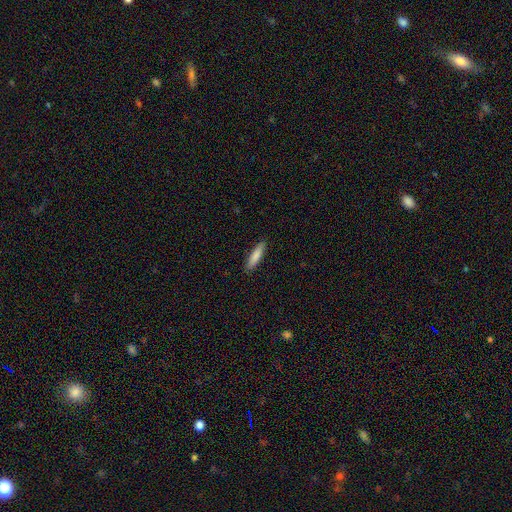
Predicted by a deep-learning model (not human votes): Q: Smooth or featured?
A: smooth (82%); runner-up: featured or disk (12%)
Q: How rounded?
A: cigar-shaped (81%); runner-up: in between (18%)
Q: Merging?
A: none (89%); runner-up: minor disturbance (8%)